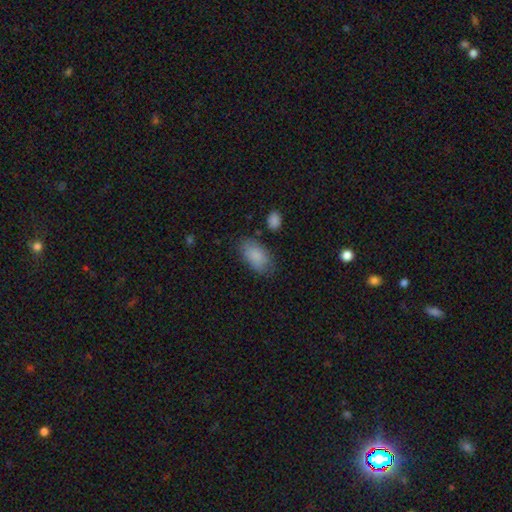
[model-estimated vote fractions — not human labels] Smooth or featured? Predicted: smooth (p=0.85). How rounded? Predicted: in between (p=0.93). Merging? Predicted: none (p=0.72).